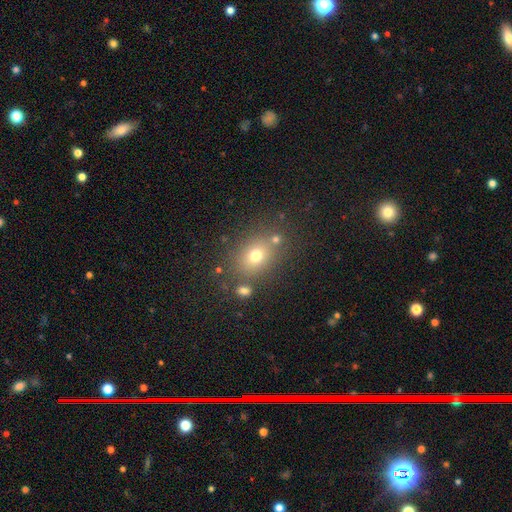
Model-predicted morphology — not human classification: This is likely a smooth galaxy (72%). How rounded: possibly in between (53%). Merging: likely none (73%).